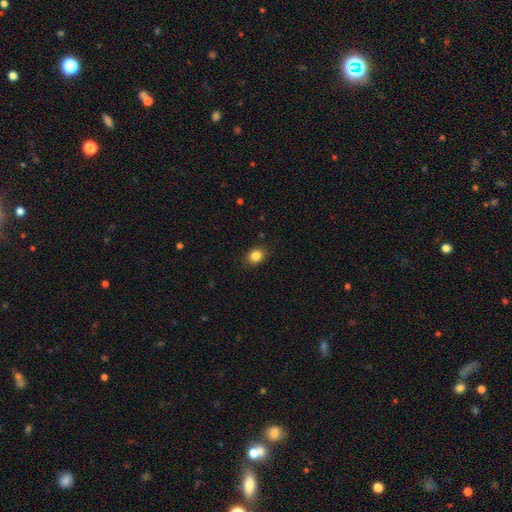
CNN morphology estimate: Q: Smooth or featured?
A: smooth (85%); runner-up: star or artifact (10%)
Q: How rounded?
A: round (58%); runner-up: in between (41%)
Q: Merging?
A: none (88%); runner-up: minor disturbance (9%)